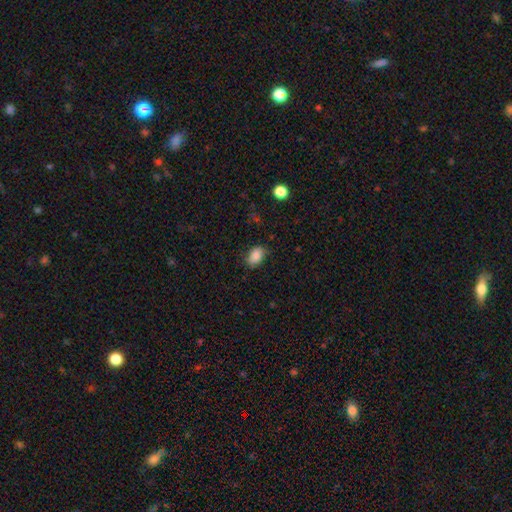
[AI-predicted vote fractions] smooth-or-featured: smooth: 84% | star or artifact: 8% | featured or disk: 7%
  how-rounded: in between: 83% | round: 16% | cigar-shaped: 1%
  merging: none: 75% | minor disturbance: 19% | major disturbance: 4% | merger: 1%